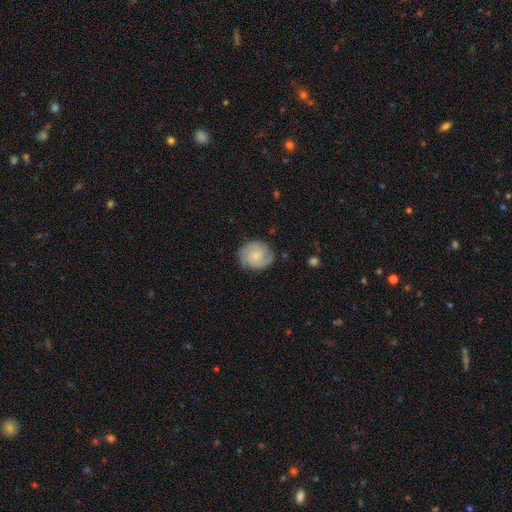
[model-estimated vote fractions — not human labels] A featured or disk galaxy (79%) with no bar (70%), 2 (55%) tight (63%) spiral arms (97%) and a small central bulge (70%).

Vote fractions:
- Smooth or featured? featured or disk: 79% / smooth: 15% / star or artifact: 6%
- Edge-on disk? no: 98% / yes: 2%
- Bar? no: 70% / weak: 26% / strong: 4%
- Spiral arms? yes: 97% / no: 3%
- Spiral winding? tight: 63% / medium: 31% / loose: 6%
- Spiral arm count? 2: 55% / 3: 23% / can't tell: 11% / 4: 4% / 1: 3% / more than 4: 3%
- Bulge size? small: 70% / moderate: 19% / none: 9% / large: 1% / dominant: 1%
- Merging? none: 81% / minor disturbance: 14% / major disturbance: 4% / merger: 1%